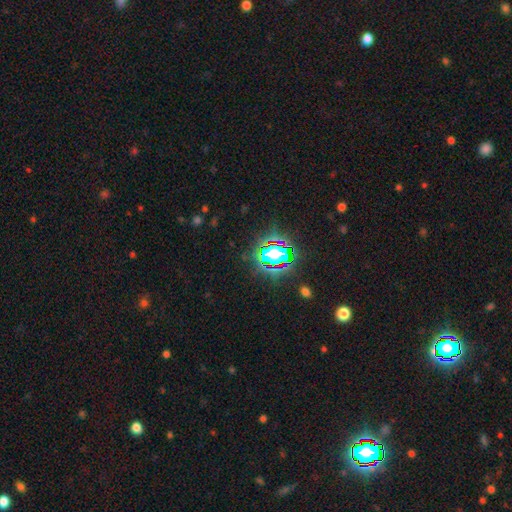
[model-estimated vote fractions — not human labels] smooth-or-featured: star or artifact: 82% | smooth: 11% | featured or disk: 7%